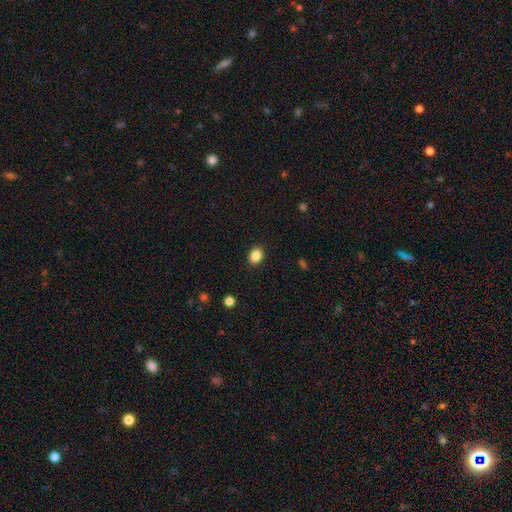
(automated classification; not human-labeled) Q: Smooth or featured?
A: smooth (86%); runner-up: star or artifact (10%)
Q: How rounded?
A: in between (61%); runner-up: round (38%)
Q: Merging?
A: none (89%); runner-up: minor disturbance (8%)